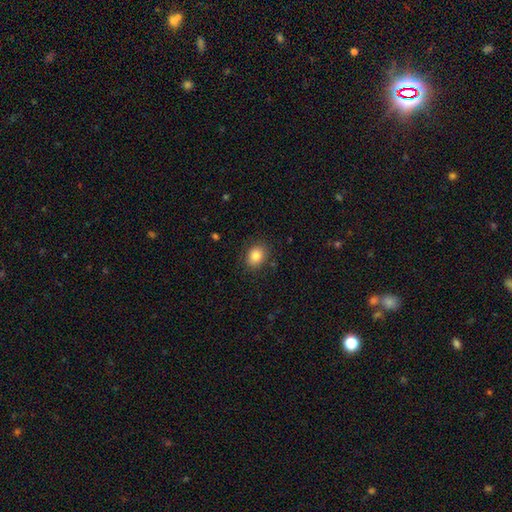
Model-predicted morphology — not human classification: This appears to be a smooth galaxy with no disk features (84%) that is round (50%). Merging: none (85%).